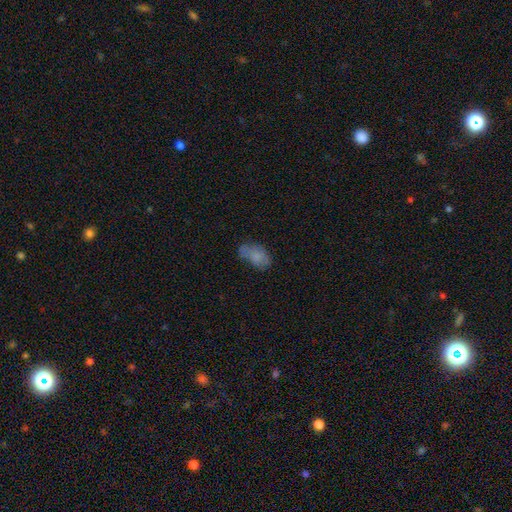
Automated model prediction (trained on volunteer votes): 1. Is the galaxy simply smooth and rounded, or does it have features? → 71% smooth, 19% featured or disk, 10% star or artifact.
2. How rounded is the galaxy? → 91% in between, 6% round, 2% cigar-shaped.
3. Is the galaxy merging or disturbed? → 44% none, 31% minor disturbance, 17% major disturbance, 7% merger.